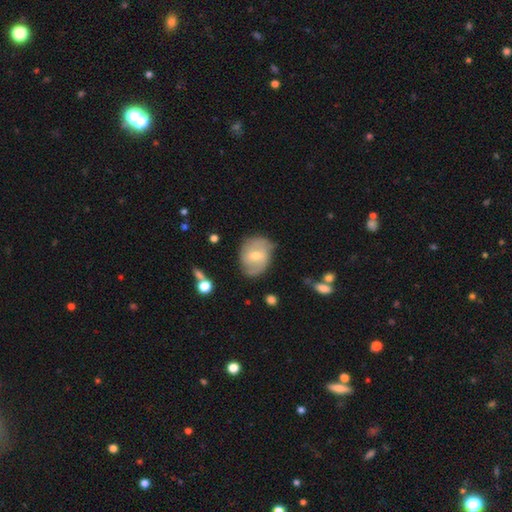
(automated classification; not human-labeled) Smooth or featured? Predicted: featured or disk (p=0.61). Edge-on disk? Predicted: no (p=0.96). Bar? Predicted: weak (p=0.51). Spiral arms? Predicted: yes (p=0.79). Bulge size? Predicted: moderate (p=0.60). Merging? Predicted: none (p=0.69).